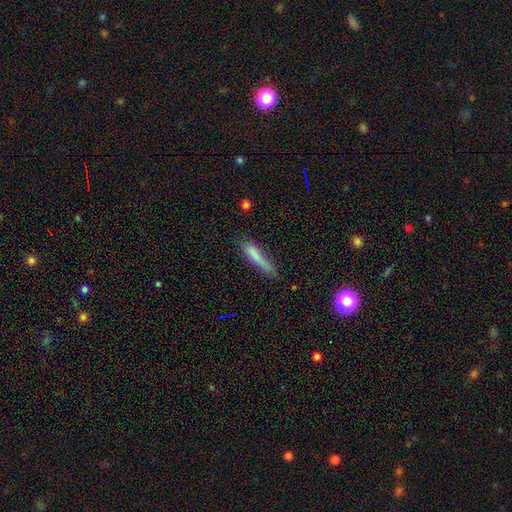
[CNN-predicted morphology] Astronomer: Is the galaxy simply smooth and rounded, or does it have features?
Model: smooth — 77%.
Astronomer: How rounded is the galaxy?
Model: cigar-shaped — 86%.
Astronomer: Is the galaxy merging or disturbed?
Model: none — 61%.